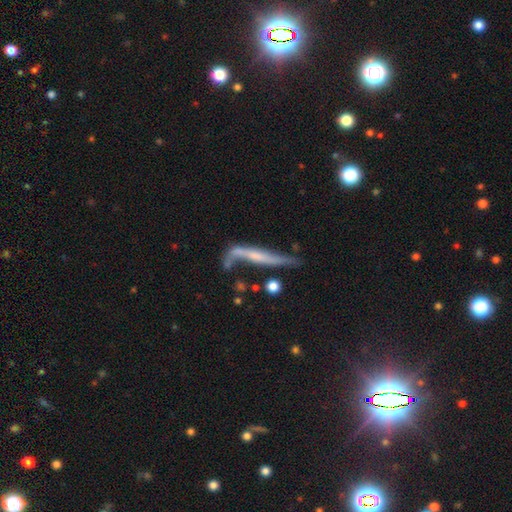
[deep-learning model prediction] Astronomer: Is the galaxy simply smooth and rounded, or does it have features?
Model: featured or disk — 63%.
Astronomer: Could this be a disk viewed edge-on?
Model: yes — 67%.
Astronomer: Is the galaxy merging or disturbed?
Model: none — 38% (runner-up: major disturbance, 24%).